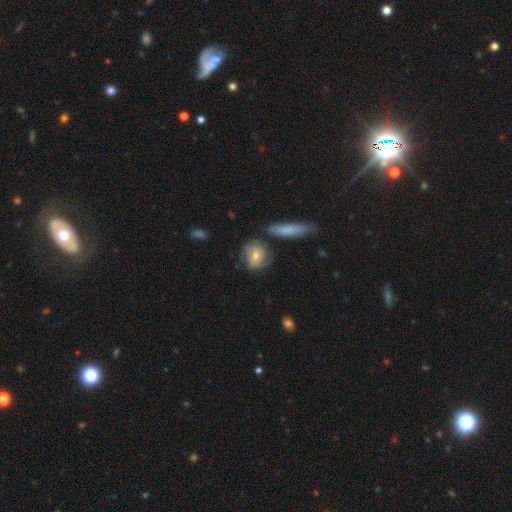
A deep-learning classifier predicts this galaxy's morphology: Smooth or featured? Predicted: featured or disk (p=0.54). Edge-on disk? Predicted: no (p=0.92). Bar? Predicted: no (p=0.65). Spiral arms? Predicted: yes (p=0.79). Bulge size? Predicted: moderate (p=0.56). Merging? Predicted: none (p=0.60).